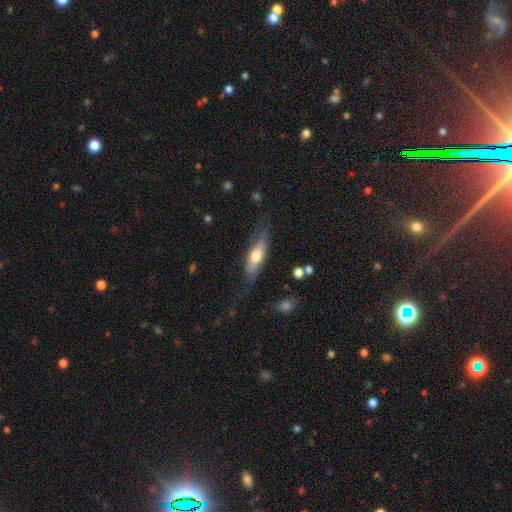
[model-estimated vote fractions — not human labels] The model was most divided on "smooth or featured": smooth: 49%, featured or disk: 45%, star or artifact: 6%. More confident: merging — none (64%).